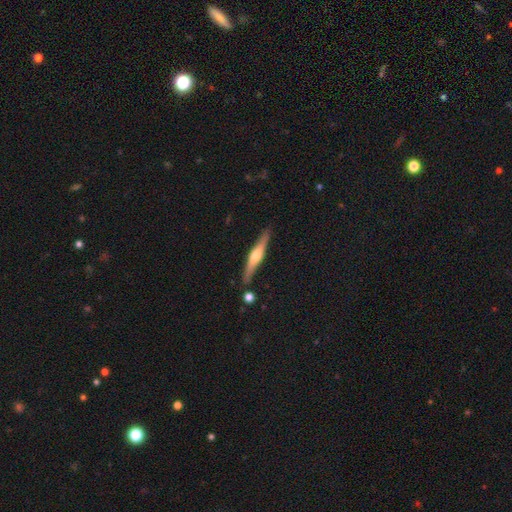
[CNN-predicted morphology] A featured or disk galaxy (65%) viewed edge-on (96%) with a rounded central bulge (90%).

Vote fractions:
- Smooth or featured? featured or disk: 65% / smooth: 29% / star or artifact: 5%
- Edge-on disk? yes: 96% / no: 4%
- Edge-on bulge? rounded: 90% / boxy: 5% / none: 5%
- Merging? none: 85% / minor disturbance: 9% / merger: 4% / major disturbance: 2%